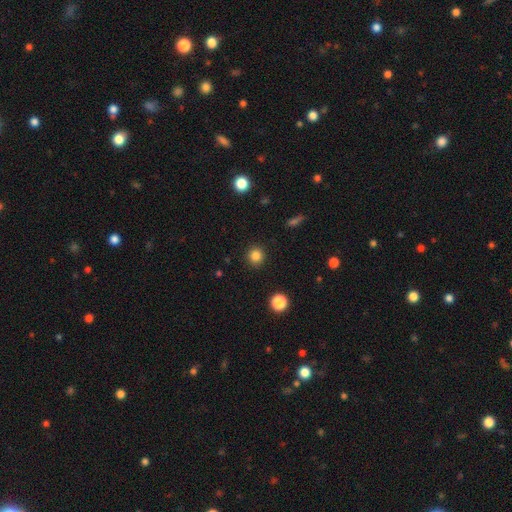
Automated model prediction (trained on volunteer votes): Smooth or featured?
  - smooth: 84% *
  - star or artifact: 12%
  - featured or disk: 4%
How rounded?
  - round: 93% *
  - in between: 6%
  - cigar-shaped: 1%
Merging?
  - none: 91% *
  - minor disturbance: 5%
  - major disturbance: 2%
  - merger: 1%